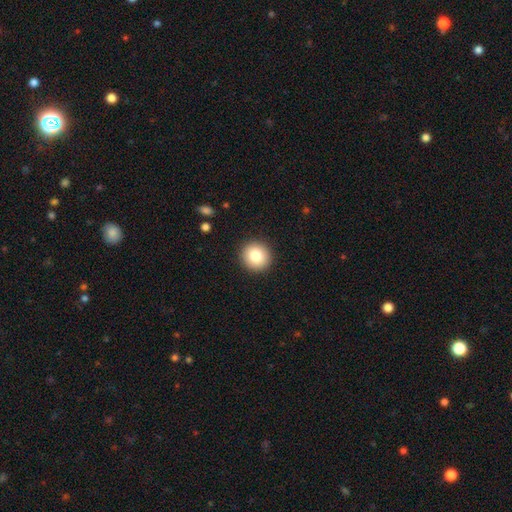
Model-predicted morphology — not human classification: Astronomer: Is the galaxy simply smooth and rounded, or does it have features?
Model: smooth — 83%.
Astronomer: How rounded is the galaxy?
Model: round — 93%.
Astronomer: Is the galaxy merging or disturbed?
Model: none — 92%.